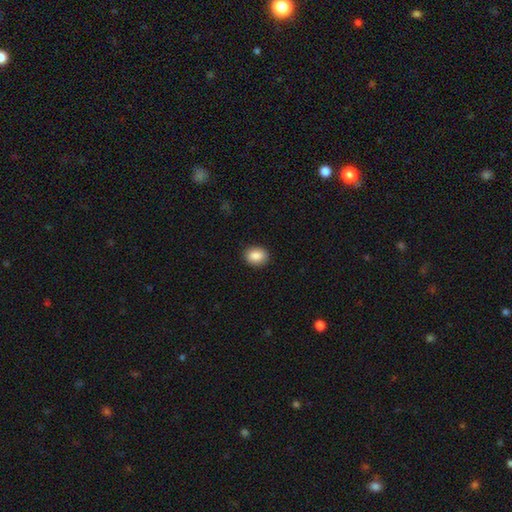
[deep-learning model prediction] smooth_or_featured: smooth (p=0.87) [alt: star or artifact p=0.08]
how_rounded: in between (p=0.55) [alt: round p=0.44]
merging: none (p=0.89) [alt: minor disturbance p=0.08]